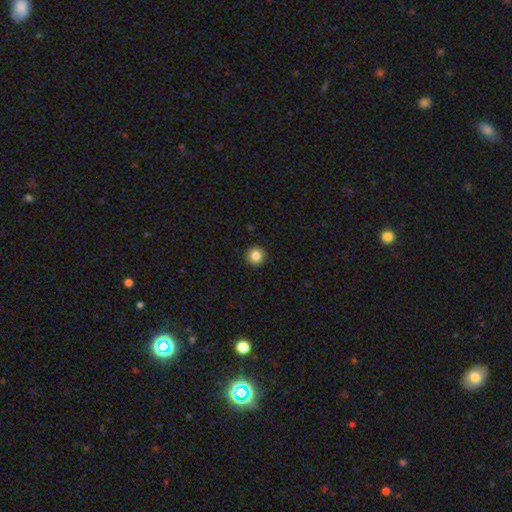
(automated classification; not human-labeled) Q: Smooth or featured?
A: smooth (85%); runner-up: star or artifact (10%)
Q: How rounded?
A: round (95%); runner-up: in between (4%)
Q: Merging?
A: none (92%); runner-up: minor disturbance (5%)